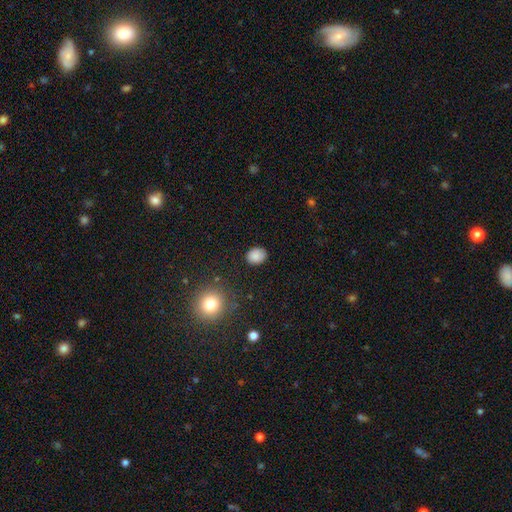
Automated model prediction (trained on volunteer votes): Smooth or featured?
  - smooth: 85% *
  - star or artifact: 10%
  - featured or disk: 4%
How rounded?
  - in between: 51% *
  - round: 48%
  - cigar-shaped: 1%
Merging?
  - none: 86% *
  - minor disturbance: 10%
  - major disturbance: 3%
  - merger: 1%